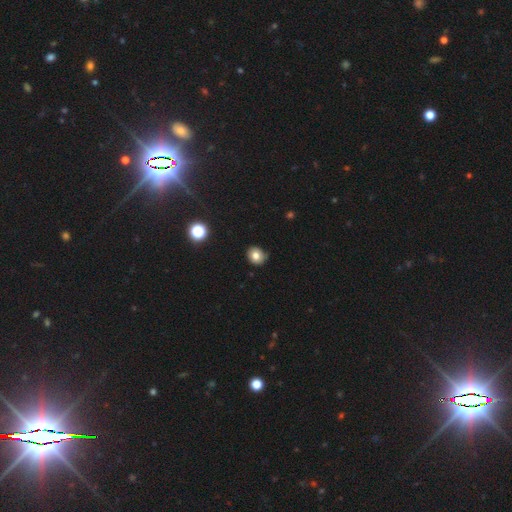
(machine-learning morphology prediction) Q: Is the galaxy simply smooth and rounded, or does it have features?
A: smooth — 78%.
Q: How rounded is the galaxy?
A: round — 72%.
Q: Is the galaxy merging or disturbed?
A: none — 80%.